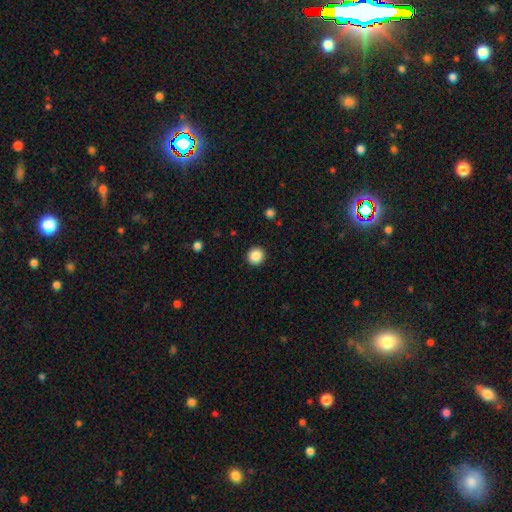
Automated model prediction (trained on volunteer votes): This is clearly a smooth galaxy (88%). How rounded: clearly round (94%). Merging: clearly none (93%).